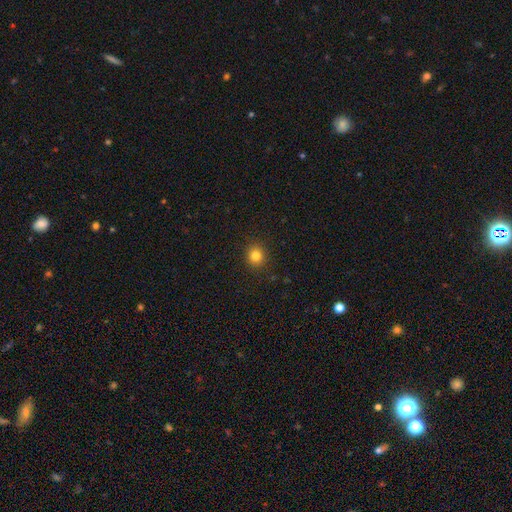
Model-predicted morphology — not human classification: This is clearly a smooth galaxy (82%). How rounded: clearly round (87%). Merging: clearly none (91%).